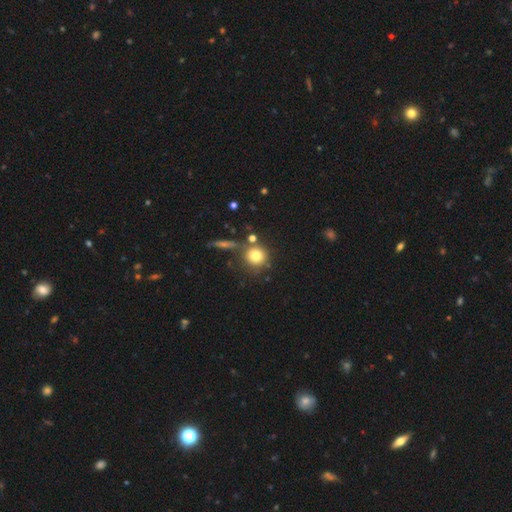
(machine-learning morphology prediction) A smooth galaxy with no disk features (77%) that is round (90%). Merging: none (71%).